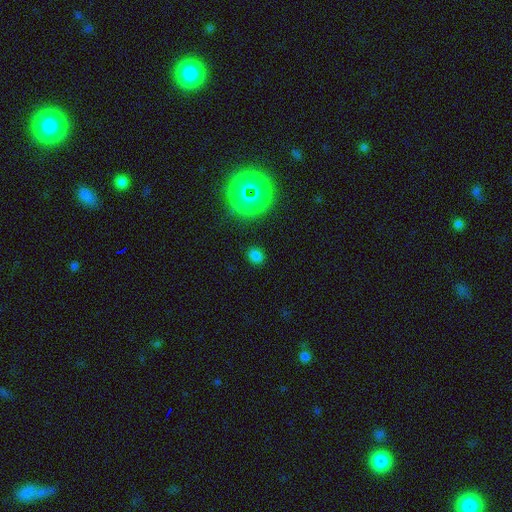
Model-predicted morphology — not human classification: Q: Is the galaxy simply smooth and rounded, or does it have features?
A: smooth — 70%.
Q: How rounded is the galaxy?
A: round — 63%.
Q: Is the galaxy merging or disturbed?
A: none — 87%.